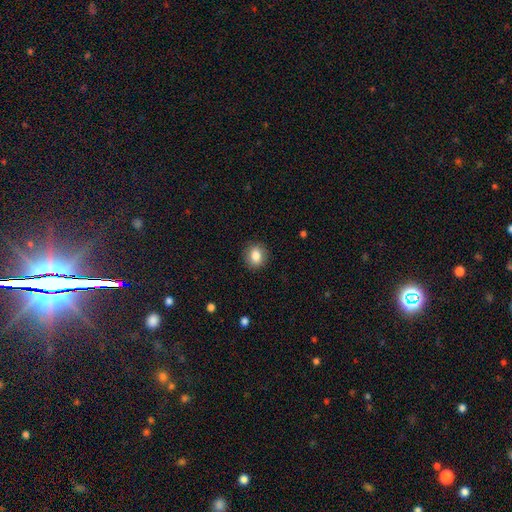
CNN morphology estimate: The model was most divided on "how rounded": round: 67%, in between: 32%, cigar-shaped: 1%. More confident: merging — none (89%); smooth or featured — smooth (84%).